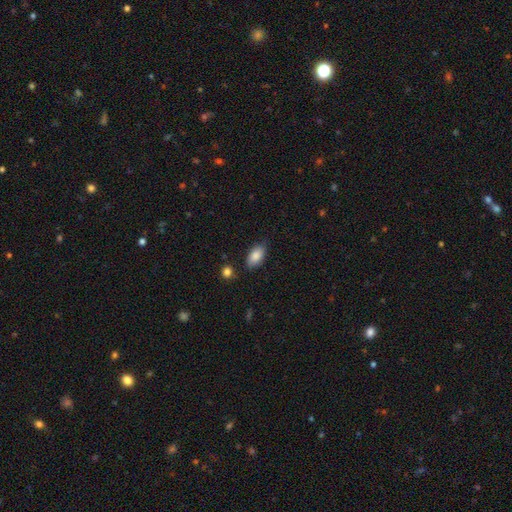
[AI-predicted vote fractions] smooth-or-featured: smooth: 86% | featured or disk: 7% | star or artifact: 7%
  how-rounded: in between: 93% | round: 4% | cigar-shaped: 3%
  merging: none: 80% | minor disturbance: 14% | major disturbance: 3% | merger: 3%